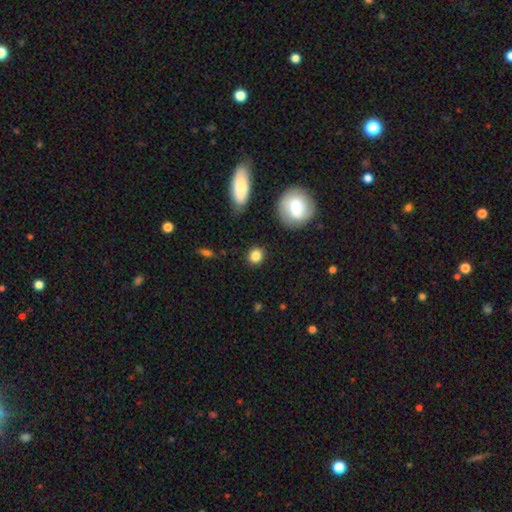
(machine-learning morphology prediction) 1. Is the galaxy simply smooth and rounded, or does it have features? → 84% smooth, 9% star or artifact, 6% featured or disk.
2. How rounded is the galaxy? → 77% round, 22% in between, 2% cigar-shaped.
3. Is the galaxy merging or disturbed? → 84% none, 10% minor disturbance, 3% major disturbance, 2% merger.